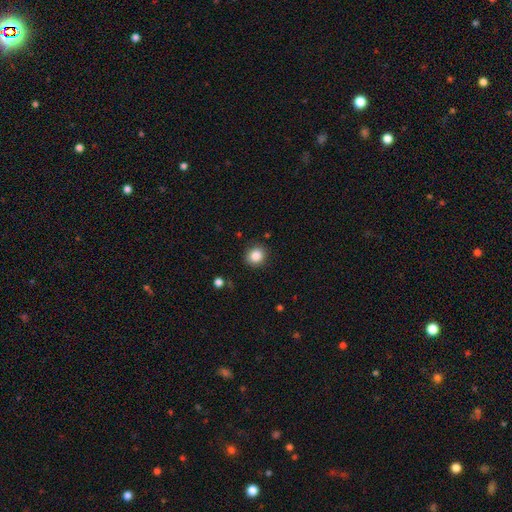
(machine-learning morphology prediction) A smooth galaxy with no disk features (86%) that is round (87%).

Vote fractions:
- Smooth or featured? smooth: 86% / star or artifact: 10% / featured or disk: 4%
- How rounded? round: 87% / in between: 12% / cigar-shaped: 1%
- Merging? none: 88% / minor disturbance: 8% / major disturbance: 2% / merger: 1%